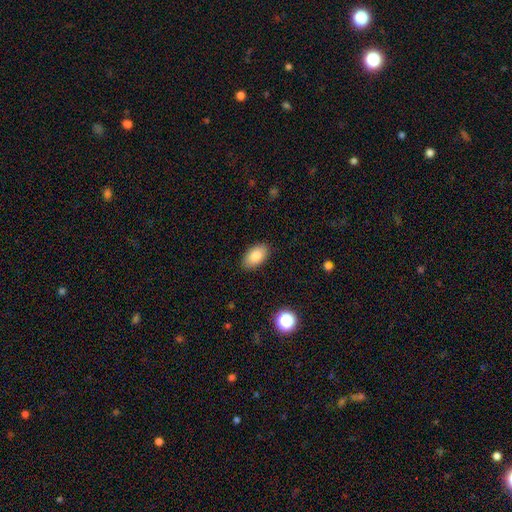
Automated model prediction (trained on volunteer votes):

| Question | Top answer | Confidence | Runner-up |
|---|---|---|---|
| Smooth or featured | smooth | 85% | star or artifact (8%) |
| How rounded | in between | 94% | round (4%) |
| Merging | none | 88% | minor disturbance (9%) |